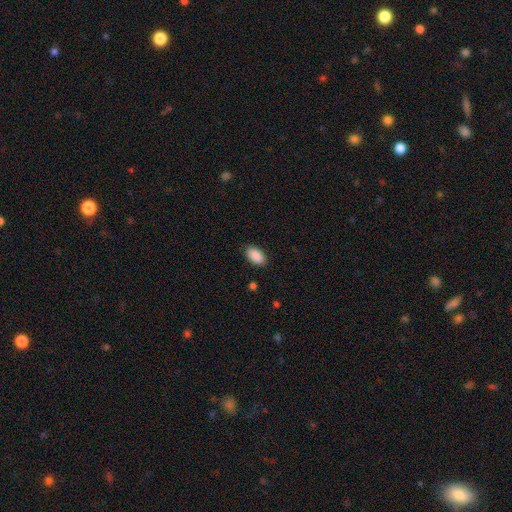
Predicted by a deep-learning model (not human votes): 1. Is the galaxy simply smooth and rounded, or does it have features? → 90% smooth, 7% star or artifact, 3% featured or disk.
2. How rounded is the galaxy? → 93% in between, 5% round, 1% cigar-shaped.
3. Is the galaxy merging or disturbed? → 87% none, 9% minor disturbance, 2% major disturbance, 1% merger.